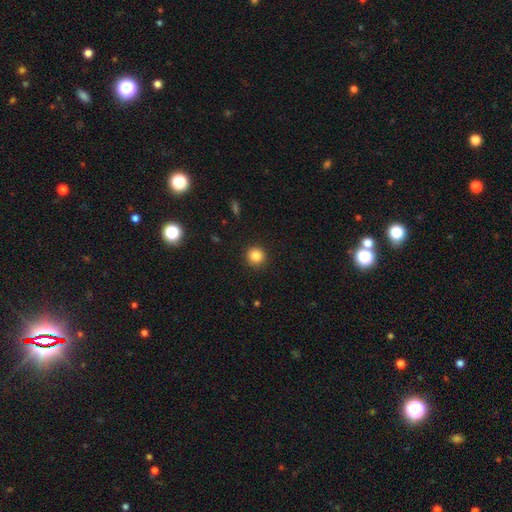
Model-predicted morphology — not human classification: Overall: smooth (84%). How rounded: round (94%). Merging: none (92%).